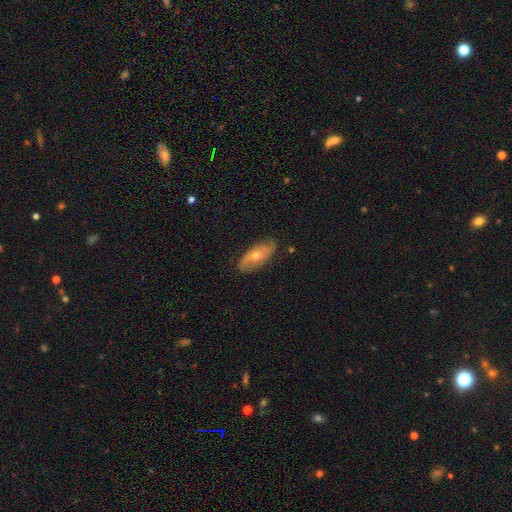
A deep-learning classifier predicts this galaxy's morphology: Overall: featured or disk (54%; smooth 39%). Edge-on disk: no (80%). Merging: none (79%).